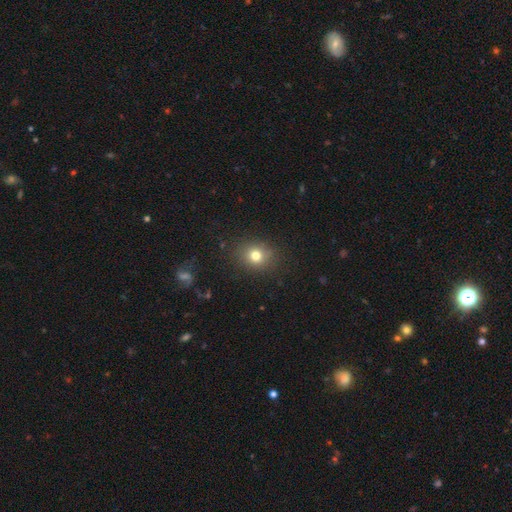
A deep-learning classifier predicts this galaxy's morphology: Smooth or featured? smooth (76%)
How rounded? round (71%)
Merging? none (85%)